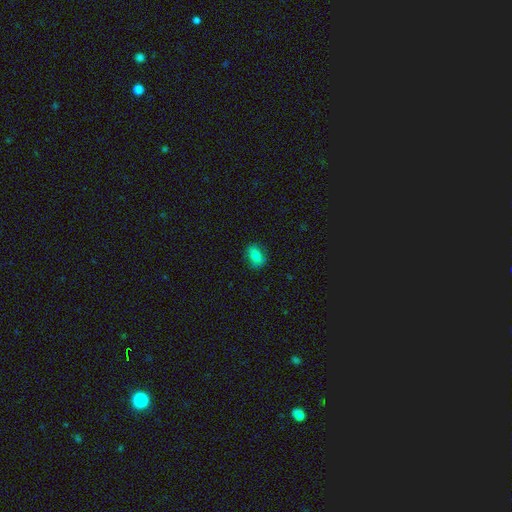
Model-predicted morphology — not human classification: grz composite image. It shows a smooth galaxy with no disk features (78%) that is in between round and cigar-shaped (70%). Merging: none (83%).